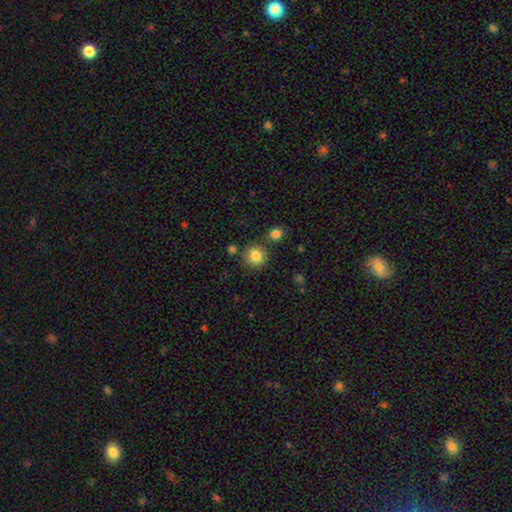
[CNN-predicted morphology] Overall: smooth (84%). How rounded: round (89%). Merging: none (79%).